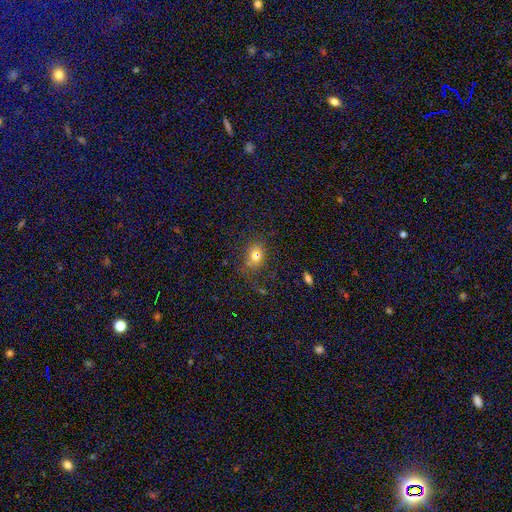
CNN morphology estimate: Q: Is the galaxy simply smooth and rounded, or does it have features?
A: smooth — 74%.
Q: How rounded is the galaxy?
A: in between — 49%, tied with round.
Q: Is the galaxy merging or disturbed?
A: none — 68%.